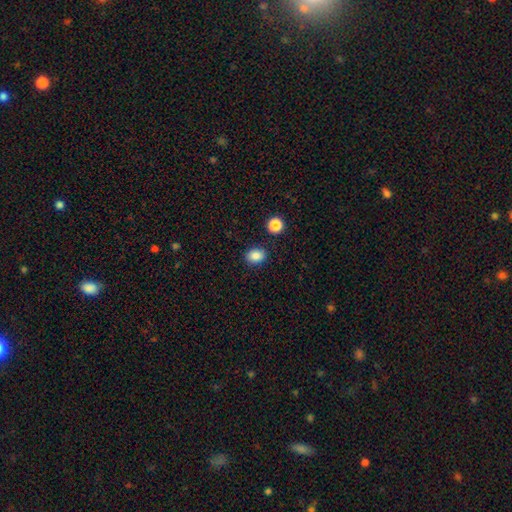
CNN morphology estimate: Q: Smooth or featured?
A: smooth (86%); runner-up: star or artifact (10%)
Q: How rounded?
A: in between (60%); runner-up: round (39%)
Q: Merging?
A: none (87%); runner-up: minor disturbance (8%)